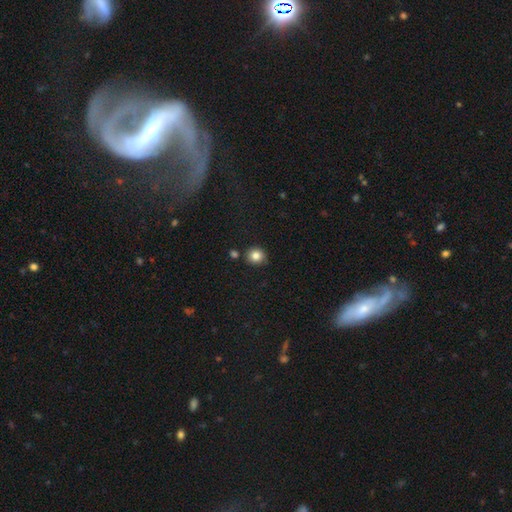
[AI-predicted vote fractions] smooth 83%, star or artifact 11%, featured or disk 6%. Down the decision tree: how rounded — round (88%); merging — none (83%).